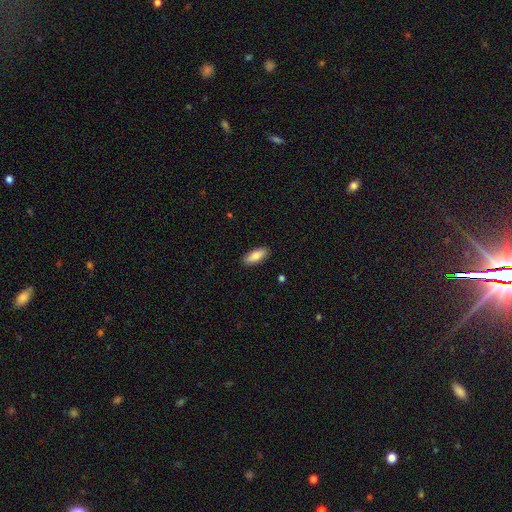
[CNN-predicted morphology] The model was most divided on "how rounded": in between: 78%, cigar-shaped: 20%, round: 2%. More confident: merging — none (90%); smooth or featured — smooth (82%).